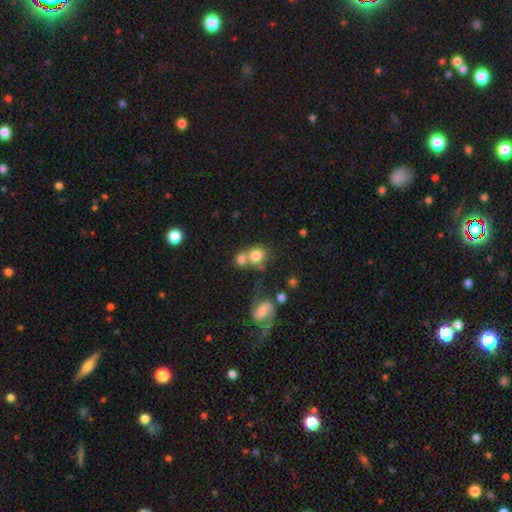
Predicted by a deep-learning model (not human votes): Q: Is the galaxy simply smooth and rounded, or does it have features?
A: smooth — 74%.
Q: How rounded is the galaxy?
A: round — 77%.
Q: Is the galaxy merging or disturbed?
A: merger — 48%.